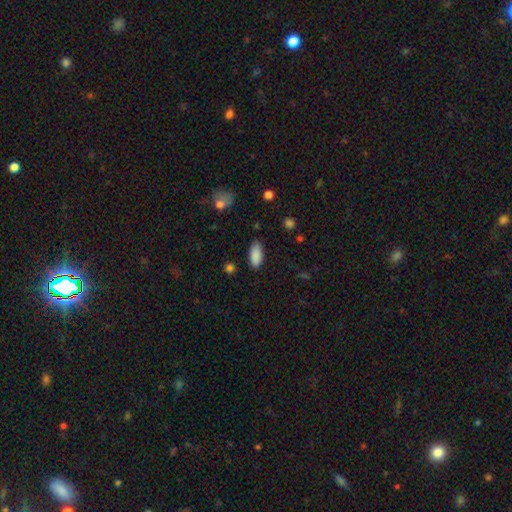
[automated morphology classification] Smooth or featured? Predicted: smooth (p=0.88). How rounded? Predicted: in between (p=0.88). Merging? Predicted: none (p=0.80).